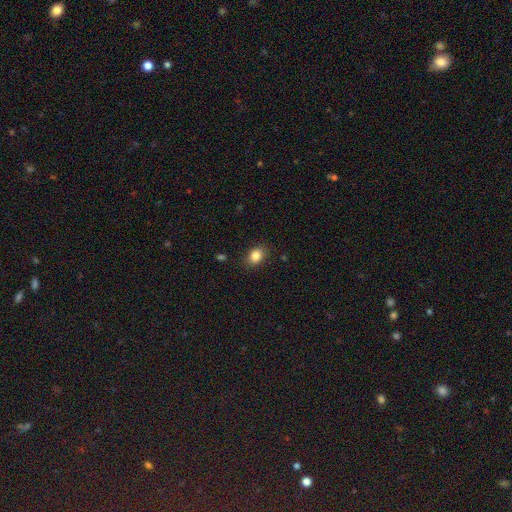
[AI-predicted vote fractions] Smooth or featured: smooth — 85% (star or artifact — 10%)
How rounded: in between — 68% (round — 31%)
Merging: none — 85% (minor disturbance — 10%)